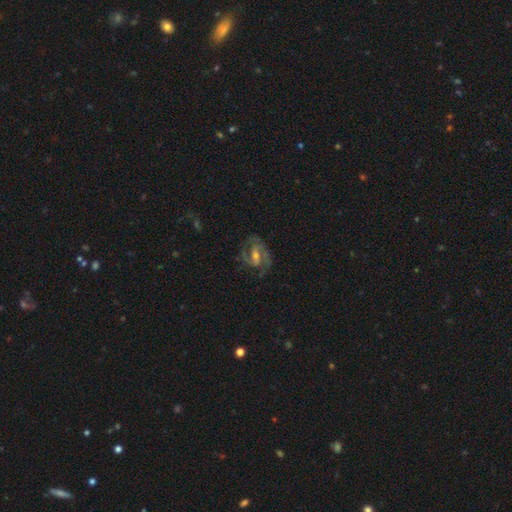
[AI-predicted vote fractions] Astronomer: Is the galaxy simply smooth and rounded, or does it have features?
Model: featured or disk — 83%.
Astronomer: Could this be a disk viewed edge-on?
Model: no — 97%.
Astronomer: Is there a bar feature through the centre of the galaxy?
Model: weak — 47% (runner-up: strong, 33%).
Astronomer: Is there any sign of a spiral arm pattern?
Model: yes — 94%.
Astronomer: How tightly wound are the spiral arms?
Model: medium — 54% (runner-up: tight, 30%).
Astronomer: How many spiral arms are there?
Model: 2 — 84%.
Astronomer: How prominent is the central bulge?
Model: moderate — 49% (runner-up: small, 42%).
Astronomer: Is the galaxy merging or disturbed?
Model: none — 70%.